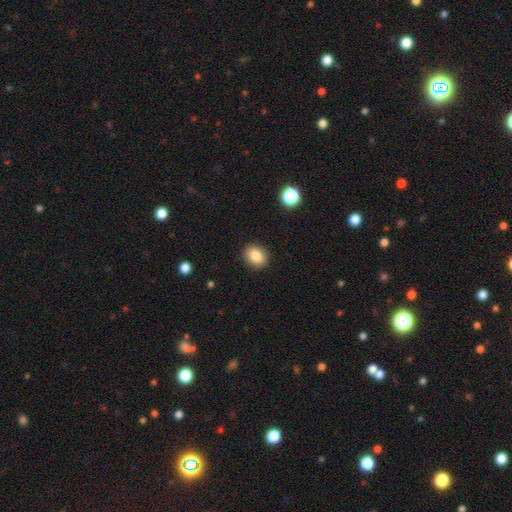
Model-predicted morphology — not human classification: This is clearly a smooth galaxy (84%). How rounded: likely round (66%). Merging: clearly none (91%).